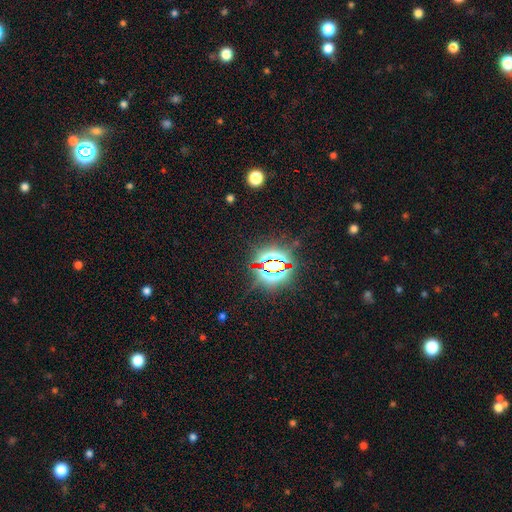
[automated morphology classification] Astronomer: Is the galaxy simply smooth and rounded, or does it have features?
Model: star or artifact — 81%.